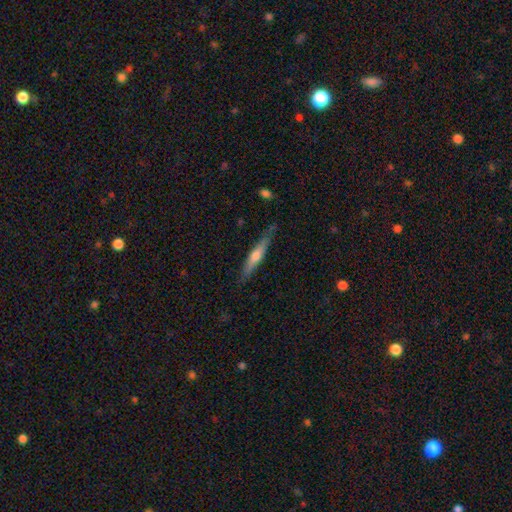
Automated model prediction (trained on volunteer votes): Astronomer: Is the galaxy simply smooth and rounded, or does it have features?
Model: featured or disk — 54% (runner-up: smooth, 40%).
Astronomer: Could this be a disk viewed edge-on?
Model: yes — 94%.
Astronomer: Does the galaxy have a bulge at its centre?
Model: rounded — 79%.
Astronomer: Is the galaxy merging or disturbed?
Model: none — 82%.